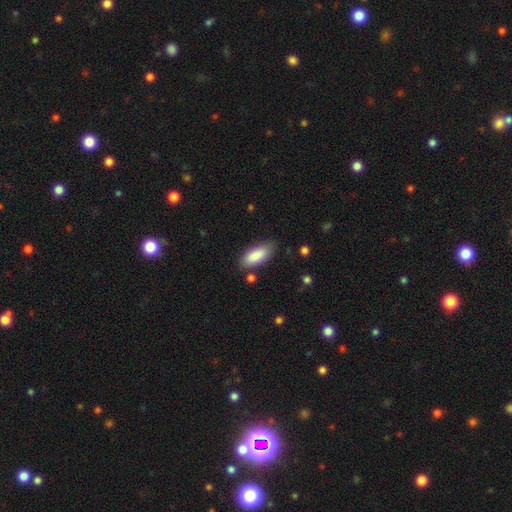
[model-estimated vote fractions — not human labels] A smooth galaxy with no disk features (87%) that is in between round and cigar-shaped (81%).

Vote fractions:
- Smooth or featured? smooth: 87% / featured or disk: 7% / star or artifact: 6%
- How rounded? in between: 81% / cigar-shaped: 18% / round: 2%
- Merging? none: 79% / minor disturbance: 15% / major disturbance: 3% / merger: 3%